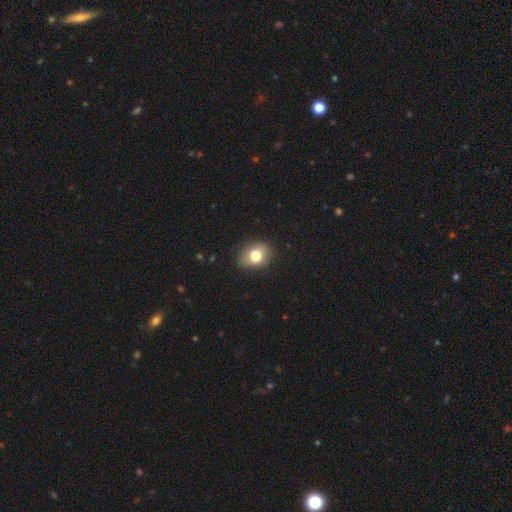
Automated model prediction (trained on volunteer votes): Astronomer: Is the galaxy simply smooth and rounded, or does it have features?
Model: smooth — 76%.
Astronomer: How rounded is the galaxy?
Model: in between — 60% (runner-up: round, 39%).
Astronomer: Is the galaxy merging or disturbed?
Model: none — 83%.